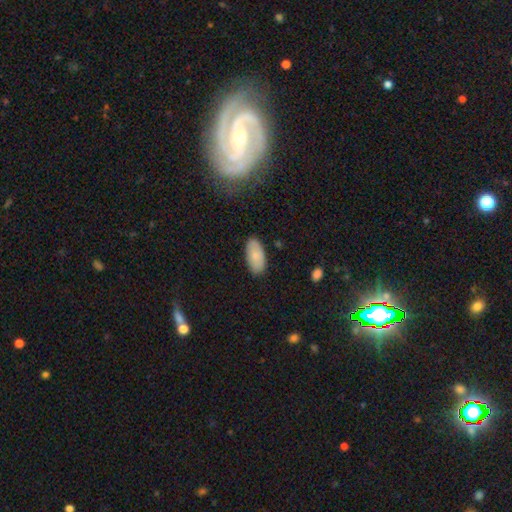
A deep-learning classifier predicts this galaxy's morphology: Smooth or featured: smooth — 79% (featured or disk — 14%)
How rounded: in between — 94% (cigar-shaped — 4%)
Merging: none — 84% (minor disturbance — 12%)